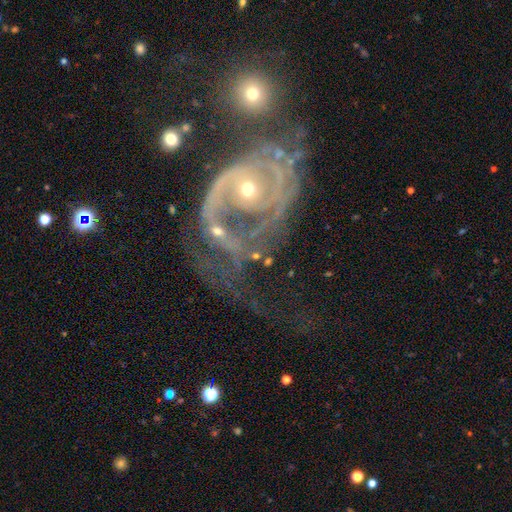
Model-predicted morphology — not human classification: Smooth or featured? Predicted: featured or disk (p=0.81). Edge-on disk? Predicted: no (p=0.97). Bar? Predicted: no (p=0.55). Spiral arms? Predicted: yes (p=0.89). Spiral winding? Predicted: tight (p=0.41). Spiral arm count? Predicted: 2 (p=0.42). Bulge size? Predicted: small (p=0.53). Merging? Predicted: none (p=0.42).